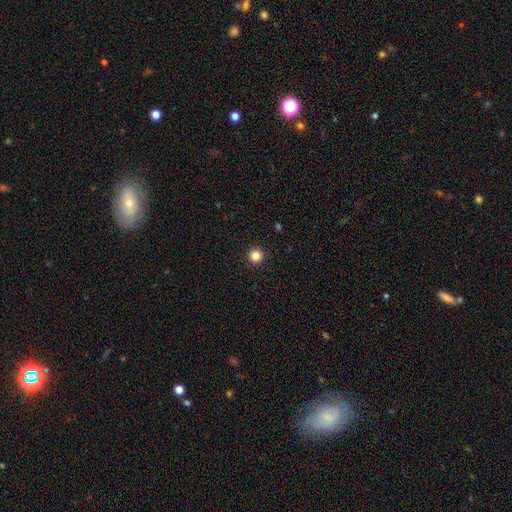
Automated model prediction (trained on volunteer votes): Overall: smooth (84%). How rounded: round (96%). Merging: none (93%).